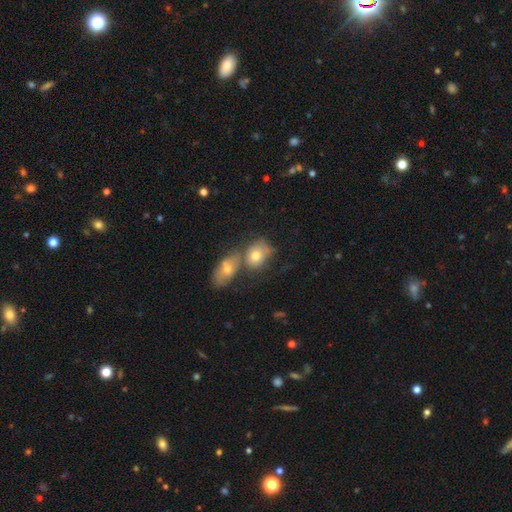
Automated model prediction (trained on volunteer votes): The model was most divided on "how rounded": in between: 60%, round: 39%, cigar-shaped: 2%. More confident: smooth or featured — smooth (69%); merging — merger (52%).